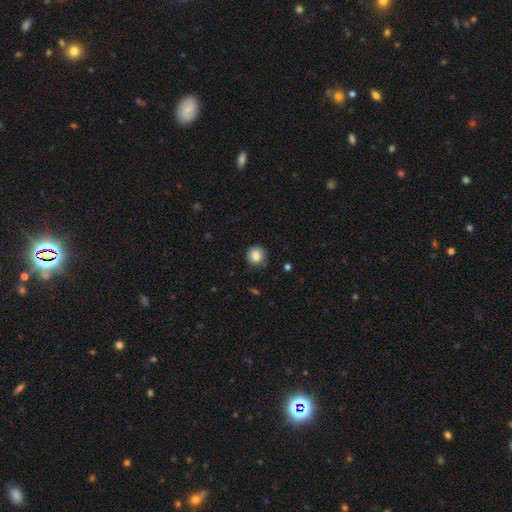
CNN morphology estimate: Overall: smooth (82%). How rounded: round (85%). Merging: none (83%).